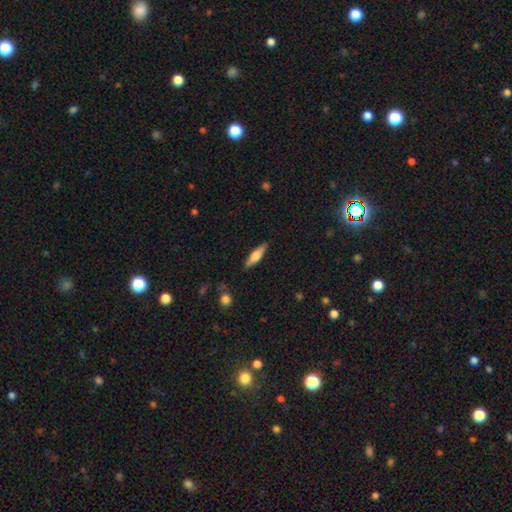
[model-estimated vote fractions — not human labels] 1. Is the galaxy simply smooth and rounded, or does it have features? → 55% smooth, 39% featured or disk, 6% star or artifact.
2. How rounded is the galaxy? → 67% cigar-shaped, 31% in between, 2% round.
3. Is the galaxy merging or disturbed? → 86% none, 10% minor disturbance, 2% major disturbance, 1% merger.